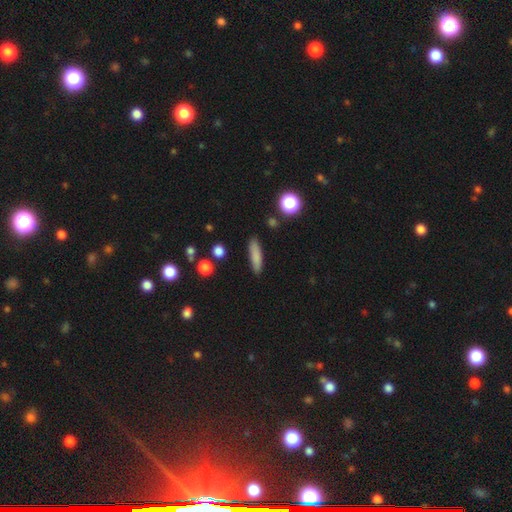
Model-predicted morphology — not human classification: type=smooth (82%); roundness=cigar-shaped (77%); merging=none (87%).